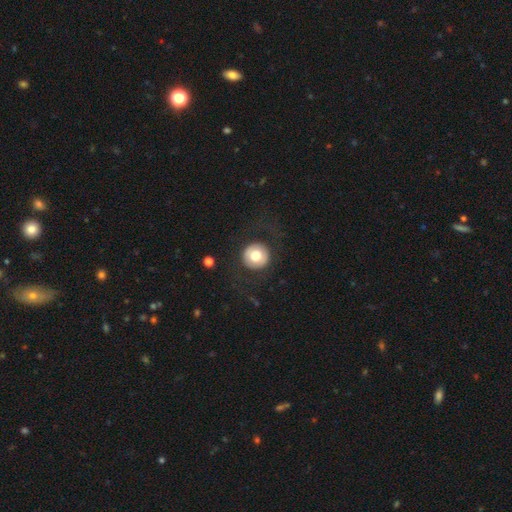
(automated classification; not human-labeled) This is likely a smooth galaxy (67%). How rounded: clearly round (95%). Merging: clearly none (82%).